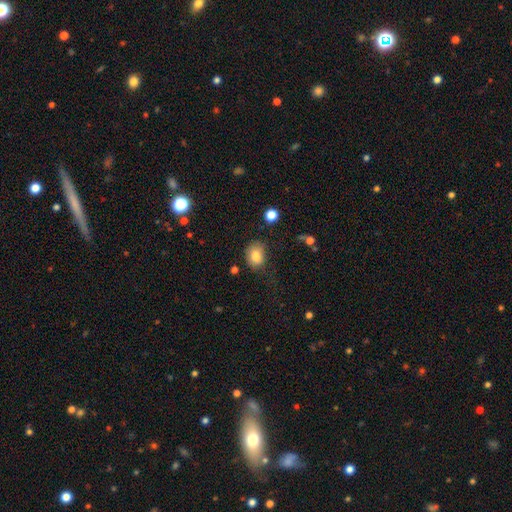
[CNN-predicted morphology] A smooth galaxy with no disk features (81%) that is in between round and cigar-shaped (58%). Merging: none (56%).